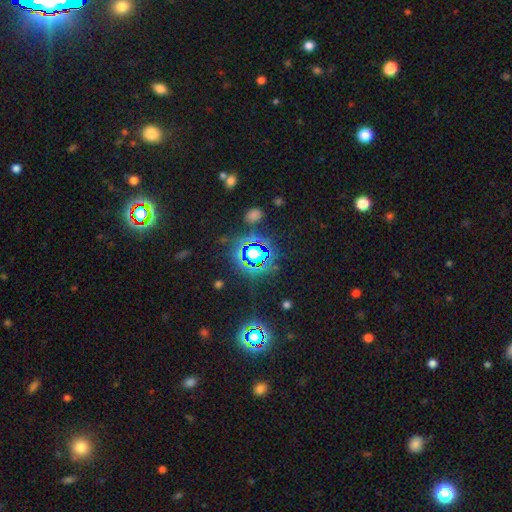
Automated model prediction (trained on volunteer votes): Overall: star or artifact (78%).